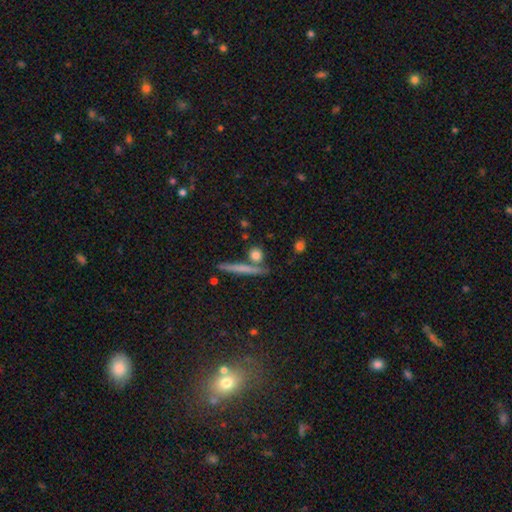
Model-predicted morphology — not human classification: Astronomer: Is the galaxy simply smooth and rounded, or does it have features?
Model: smooth — 74%.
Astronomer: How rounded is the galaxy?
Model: round — 54% (runner-up: cigar-shaped, 30%).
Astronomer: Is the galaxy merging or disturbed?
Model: none — 71%.